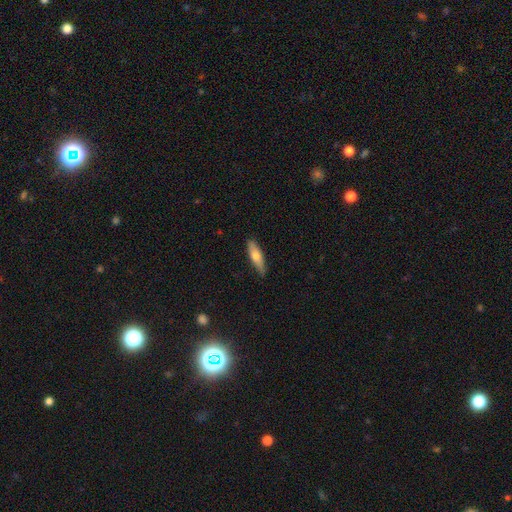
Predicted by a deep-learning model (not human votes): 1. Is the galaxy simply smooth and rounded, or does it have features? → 67% smooth, 27% featured or disk, 6% star or artifact.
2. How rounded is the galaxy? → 66% cigar-shaped, 32% in between, 2% round.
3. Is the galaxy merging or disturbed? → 84% none, 13% minor disturbance, 2% major disturbance, 1% merger.